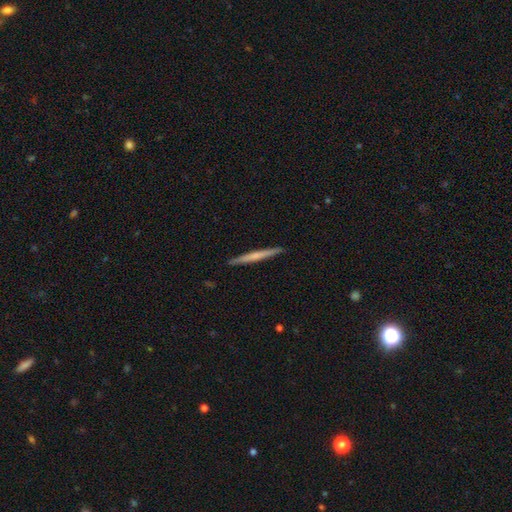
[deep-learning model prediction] The model was most divided on "smooth or featured": featured or disk: 48%, smooth: 47%, star or artifact: 5%. More confident: merging — none (93%).